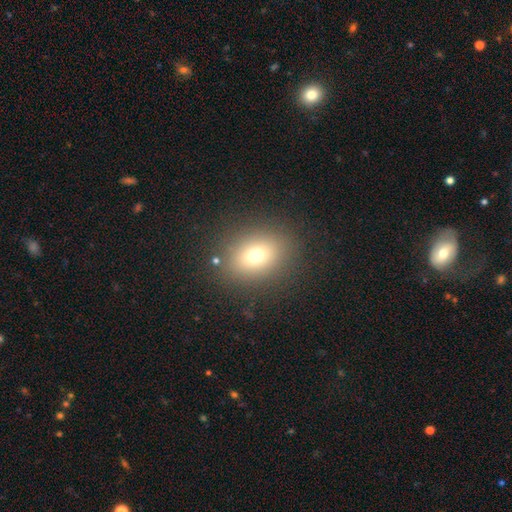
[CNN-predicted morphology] A smooth galaxy with no disk features (72%) that is in between round and cigar-shaped (55%).

Vote fractions:
- Smooth or featured? smooth: 72% / star or artifact: 16% / featured or disk: 12%
- How rounded? in between: 55% / round: 44% / cigar-shaped: 1%
- Merging? none: 86% / minor disturbance: 8% / major disturbance: 4% / merger: 2%